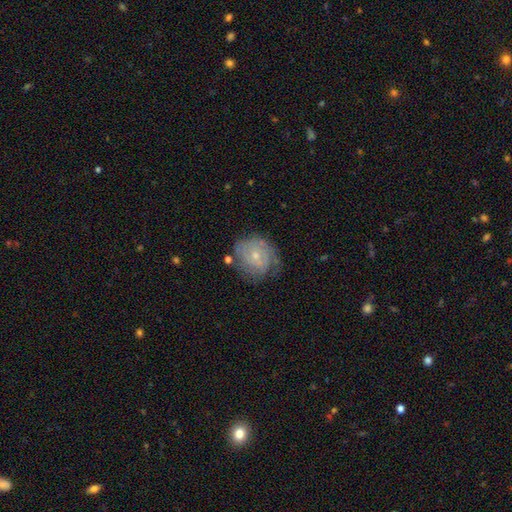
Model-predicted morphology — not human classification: Q: Smooth or featured?
A: featured or disk (69%); runner-up: smooth (24%)
Q: Edge-on disk?
A: no (97%); runner-up: yes (3%)
Q: Bar?
A: no (64%); runner-up: weak (31%)
Q: Spiral arms?
A: yes (86%); runner-up: no (14%)
Q: Spiral winding?
A: tight (68%); runner-up: medium (24%)
Q: Spiral arm count?
A: can't tell (46%); runner-up: 2 (24%)
Q: Bulge size?
A: small (66%); runner-up: moderate (29%)
Q: Merging?
A: none (61%); runner-up: minor disturbance (24%)